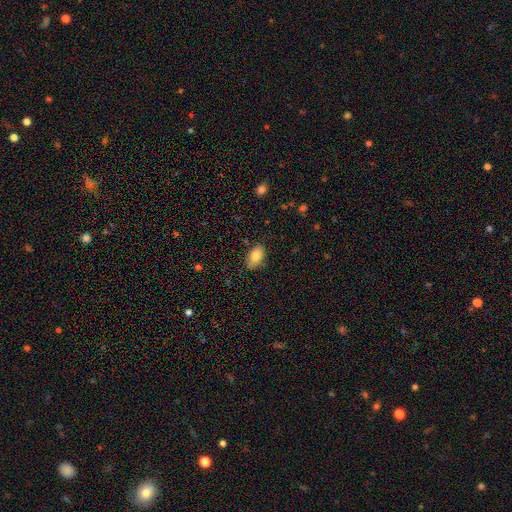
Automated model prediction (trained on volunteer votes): Smooth or featured?
  - smooth: 83% *
  - featured or disk: 9%
  - star or artifact: 7%
How rounded?
  - in between: 92% *
  - round: 5%
  - cigar-shaped: 2%
Merging?
  - none: 83% *
  - minor disturbance: 14%
  - major disturbance: 3%
  - merger: 1%